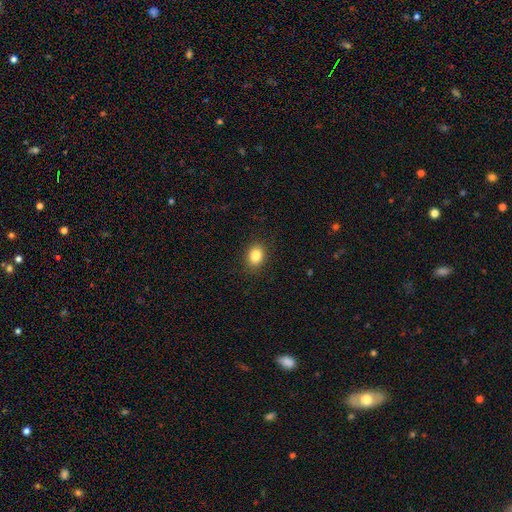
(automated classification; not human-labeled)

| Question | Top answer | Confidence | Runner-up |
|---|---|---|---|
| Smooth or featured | smooth | 85% | star or artifact (10%) |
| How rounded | in between | 62% | round (37%) |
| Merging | none | 89% | minor disturbance (8%) |